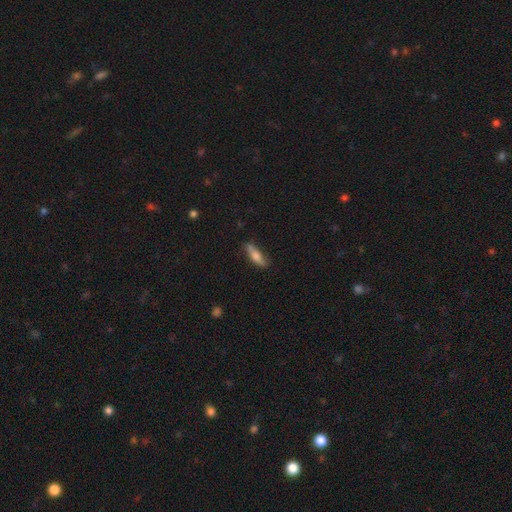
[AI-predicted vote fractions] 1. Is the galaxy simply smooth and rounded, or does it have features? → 66% smooth, 27% featured or disk, 7% star or artifact.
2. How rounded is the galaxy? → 57% cigar-shaped, 41% in between, 2% round.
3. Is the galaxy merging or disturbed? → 70% none, 22% minor disturbance, 5% major disturbance, 3% merger.